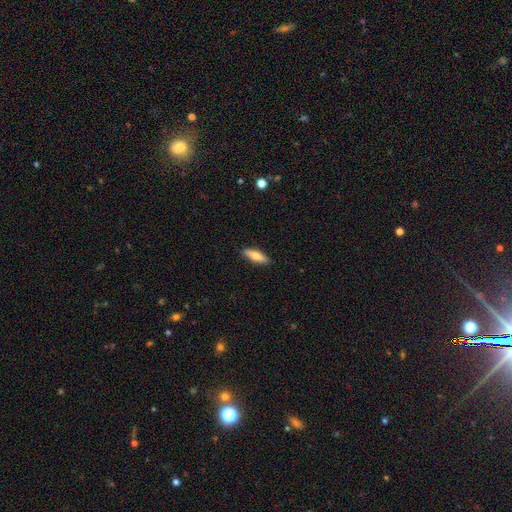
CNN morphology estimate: Smooth or featured? smooth (72%)
How rounded? cigar-shaped (50%)
Merging? none (89%)